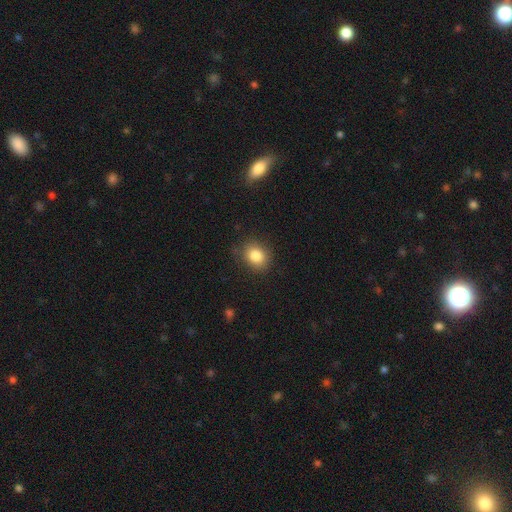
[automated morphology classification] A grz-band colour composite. It shows a smooth galaxy with no disk features (84%) that is round (57%). Merging: none (84%).